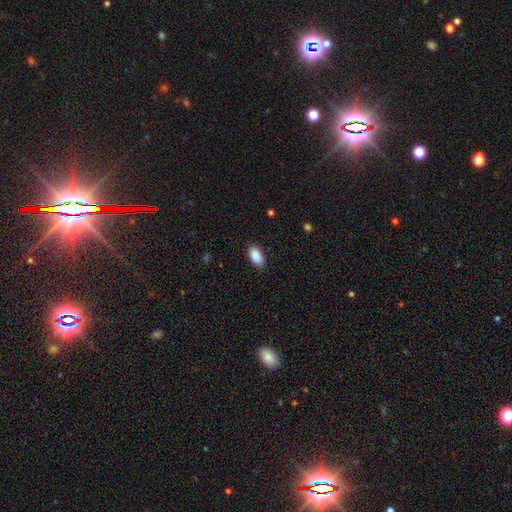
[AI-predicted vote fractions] Morphology: type=smooth (90%); roundness=in between (94%); merging=none (86%).